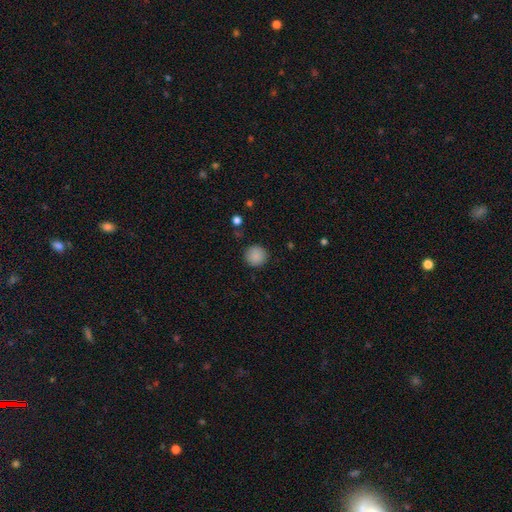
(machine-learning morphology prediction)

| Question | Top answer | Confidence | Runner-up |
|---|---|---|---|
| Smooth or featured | smooth | 88% | star or artifact (9%) |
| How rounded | round | 94% | in between (5%) |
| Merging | none | 90% | minor disturbance (6%) |